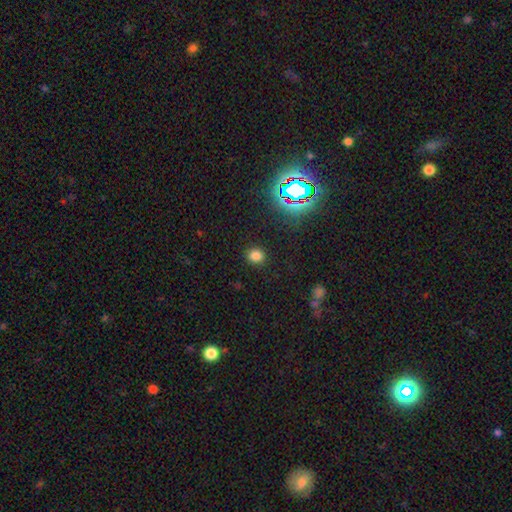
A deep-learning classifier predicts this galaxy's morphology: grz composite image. It shows a smooth galaxy with no disk features (78%) that is round (80%). Merging: none (89%).